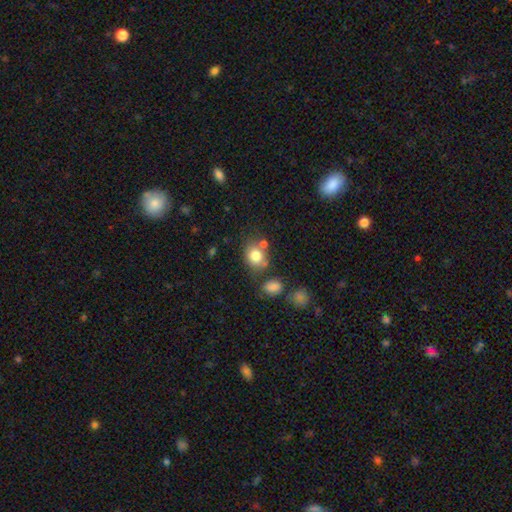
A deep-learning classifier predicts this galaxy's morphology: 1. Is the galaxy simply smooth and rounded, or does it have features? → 79% smooth, 11% featured or disk, 10% star or artifact.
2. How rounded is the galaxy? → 58% round, 41% in between, 1% cigar-shaped.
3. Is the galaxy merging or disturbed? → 61% none, 16% minor disturbance, 16% merger, 6% major disturbance.